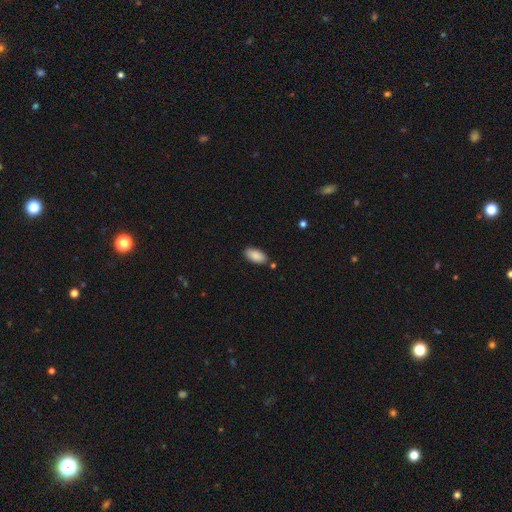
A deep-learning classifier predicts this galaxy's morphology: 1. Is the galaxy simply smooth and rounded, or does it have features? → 89% smooth, 6% star or artifact, 5% featured or disk.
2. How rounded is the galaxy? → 93% in between, 5% cigar-shaped, 2% round.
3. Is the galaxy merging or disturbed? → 83% none, 11% minor disturbance, 4% merger, 2% major disturbance.